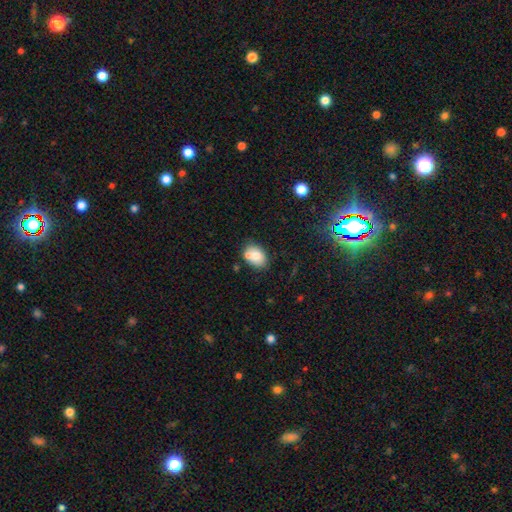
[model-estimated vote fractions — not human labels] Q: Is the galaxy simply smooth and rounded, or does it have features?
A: smooth — 77%.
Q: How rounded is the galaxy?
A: in between — 76%.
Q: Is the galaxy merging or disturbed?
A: none — 58%.